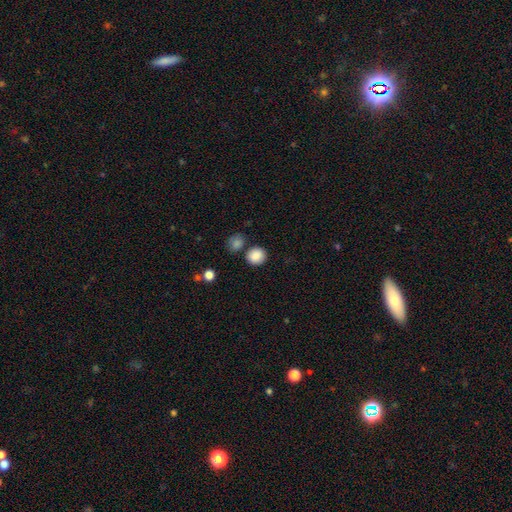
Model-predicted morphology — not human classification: This is clearly a smooth galaxy (87%). How rounded: clearly round (81%). Merging: likely none (79%).